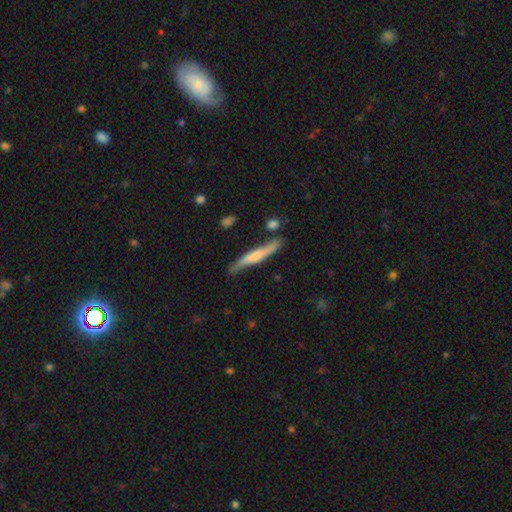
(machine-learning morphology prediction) The model was most divided on "smooth or featured": featured or disk: 50%, smooth: 45%, star or artifact: 5%. More confident: merging — none (69%).